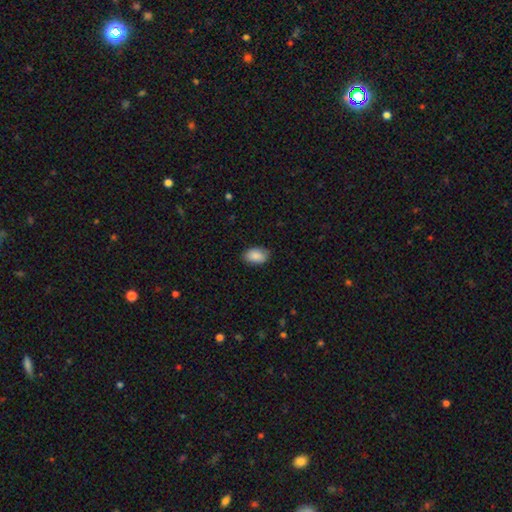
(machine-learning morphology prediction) Smooth or featured? smooth (89%)
How rounded? in between (92%)
Merging? none (87%)